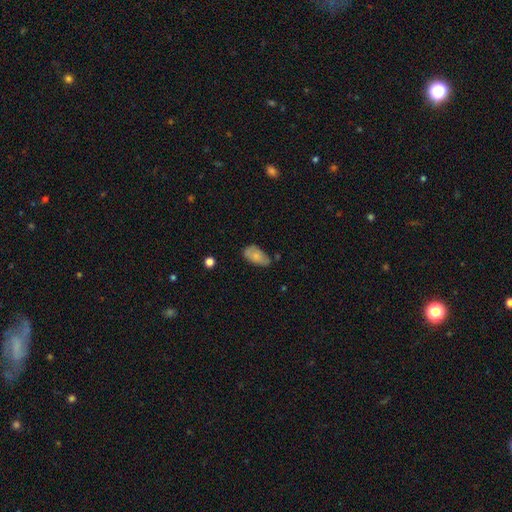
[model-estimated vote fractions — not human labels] Smooth or featured? Predicted: smooth (p=0.74). How rounded? Predicted: in between (p=0.93). Merging? Predicted: none (p=0.58).